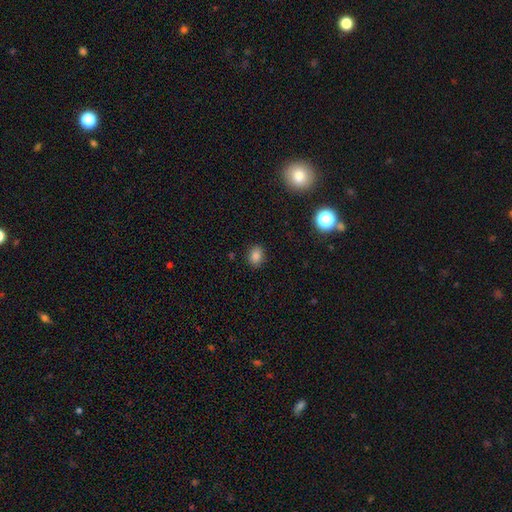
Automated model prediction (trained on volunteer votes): This appears to be a smooth galaxy with no disk features (82%) that is round (50%). Merging: none (87%).